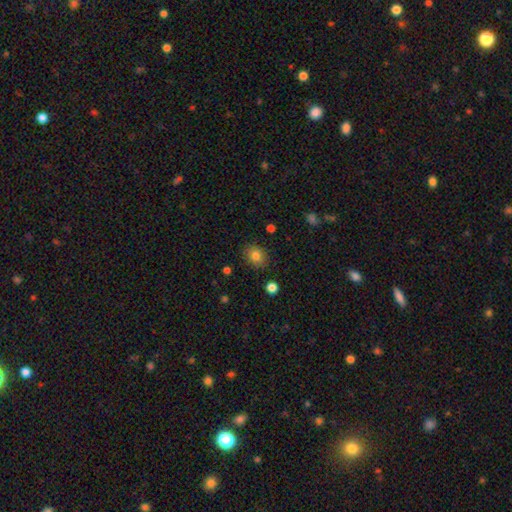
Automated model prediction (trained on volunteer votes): smooth_or_featured: smooth (p=0.82) [alt: star or artifact p=0.11]
how_rounded: round (p=0.55) [alt: in between p=0.44]
merging: none (p=0.86) [alt: minor disturbance p=0.10]